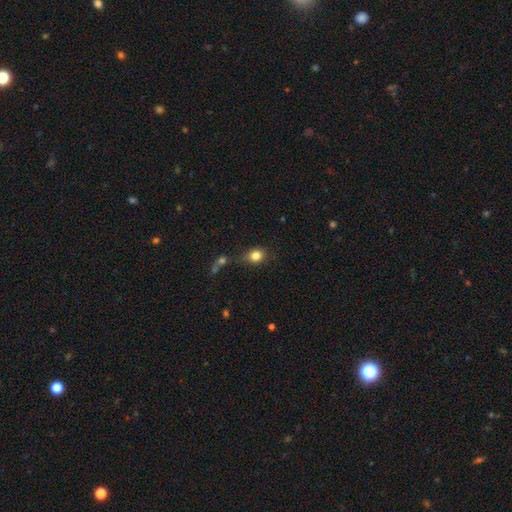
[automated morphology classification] A smooth galaxy with no disk features (82%) that is round (67%). Merging: none (60%).